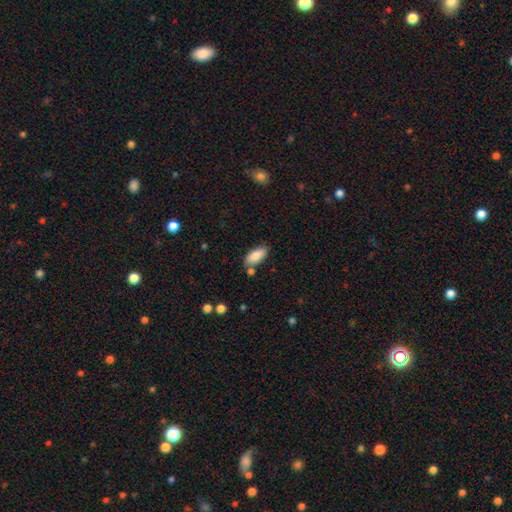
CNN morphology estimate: Smooth or featured? Predicted: smooth (p=0.83). How rounded? Predicted: in between (p=0.87). Merging? Predicted: none (p=0.75).